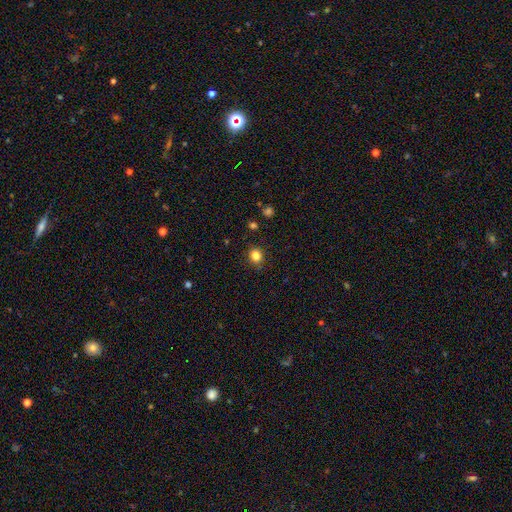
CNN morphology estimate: This appears to be a smooth galaxy with no disk features (82%) that is round (81%). Merging: none (87%).